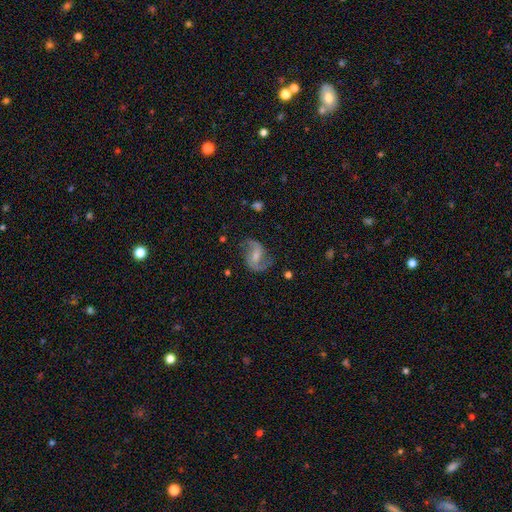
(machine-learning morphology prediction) smooth_or_featured: featured or disk (p=0.78) [alt: smooth p=0.15]
disk_edge_on: no (p=0.97) [alt: yes p=0.03]
bar: weak (p=0.52) [alt: no p=0.25]
has_spiral_arms: yes (p=0.93) [alt: no p=0.07]
spiral_winding: loose (p=0.54) [alt: medium p=0.37]
spiral_arm_count: 2 (p=0.90) [alt: can't tell p=0.04]
bulge_size: small (p=0.43) [alt: moderate p=0.39]
merging: none (p=0.69) [alt: minor disturbance p=0.19]